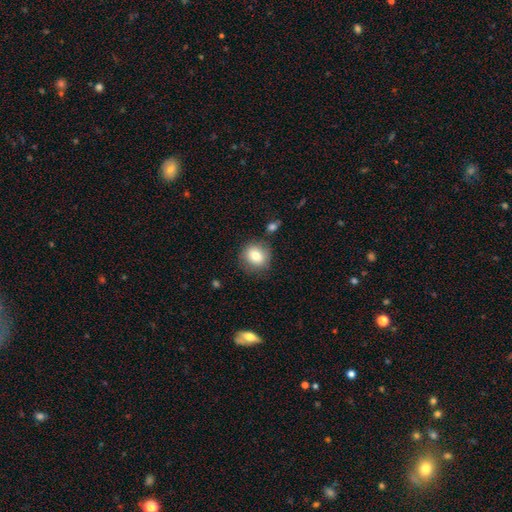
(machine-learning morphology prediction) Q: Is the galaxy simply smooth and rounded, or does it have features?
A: smooth — 79%.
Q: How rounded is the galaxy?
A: round — 85%.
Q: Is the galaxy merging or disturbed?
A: none — 81%.